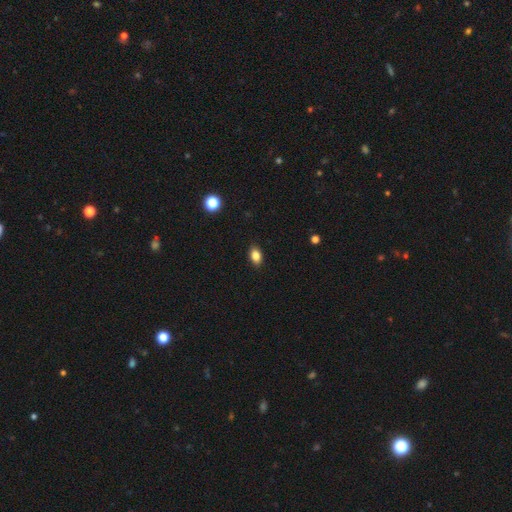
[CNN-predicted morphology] Smooth or featured: smooth — 85% (star or artifact — 9%)
How rounded: in between — 85% (round — 12%)
Merging: none — 89% (minor disturbance — 8%)